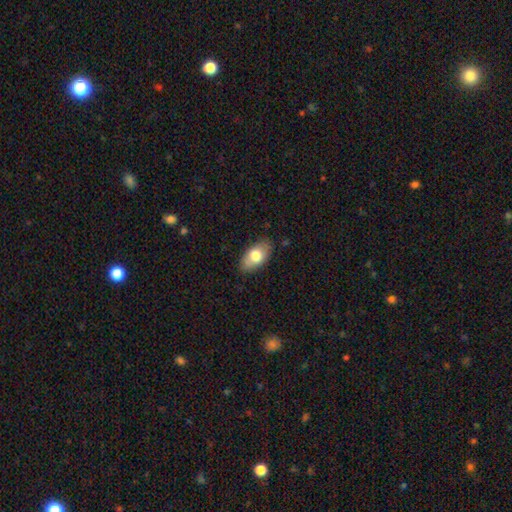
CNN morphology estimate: A smooth galaxy with no disk features (73%) that is in between round and cigar-shaped (92%).

Vote fractions:
- Smooth or featured? smooth: 73% / featured or disk: 21% / star or artifact: 6%
- How rounded? in between: 92% / round: 5% / cigar-shaped: 3%
- Merging? none: 82% / minor disturbance: 14% / major disturbance: 3% / merger: 1%